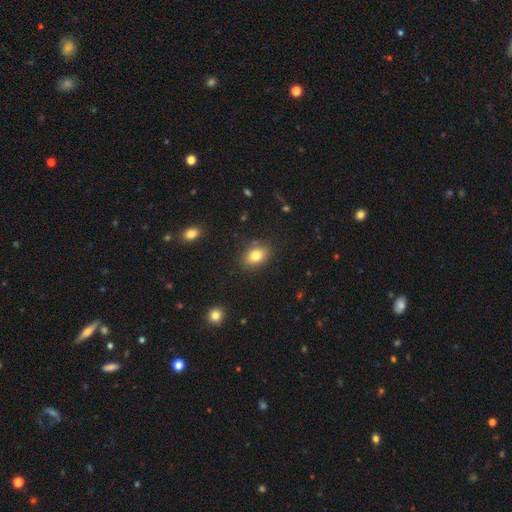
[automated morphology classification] This is clearly a smooth galaxy (81%). How rounded: likely in between (78%). Merging: clearly none (83%).